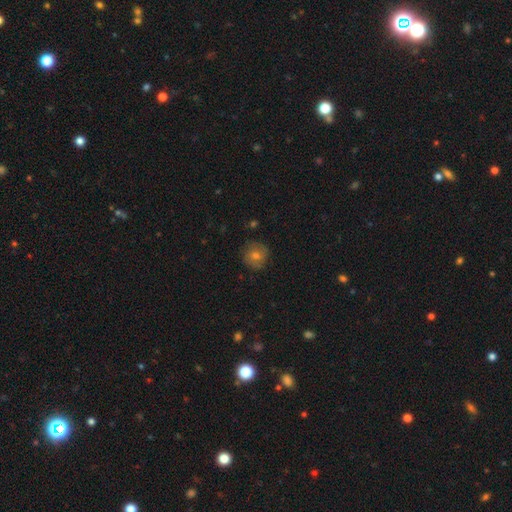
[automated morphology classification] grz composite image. It shows a smooth galaxy with no disk features (56%) that is round (89%). Merging: none (83%).